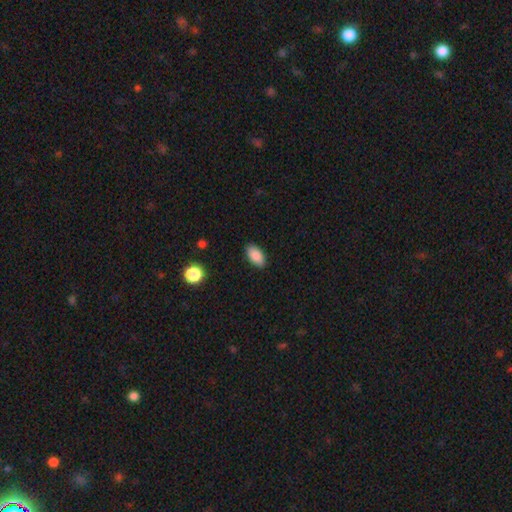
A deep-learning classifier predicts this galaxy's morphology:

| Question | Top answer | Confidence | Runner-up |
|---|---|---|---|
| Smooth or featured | smooth | 88% | star or artifact (7%) |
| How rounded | in between | 93% | cigar-shaped (3%) |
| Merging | none | 87% | minor disturbance (10%) |